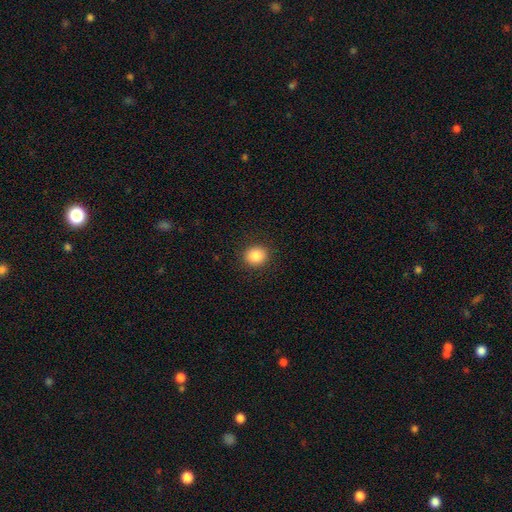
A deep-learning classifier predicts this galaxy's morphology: smooth-or-featured: smooth: 86% | star or artifact: 9% | featured or disk: 5%
  how-rounded: round: 79% | in between: 20% | cigar-shaped: 1%
  merging: none: 91% | minor disturbance: 6% | major disturbance: 2% | merger: 1%